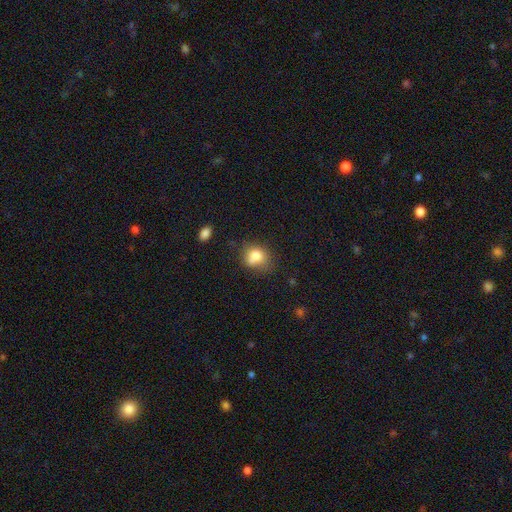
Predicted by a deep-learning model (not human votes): Smooth or featured? Predicted: smooth (p=0.76). How rounded? Predicted: round (p=0.62). Merging? Predicted: none (p=0.47).